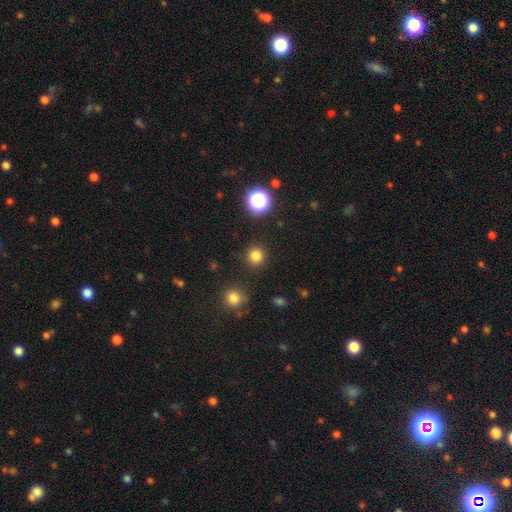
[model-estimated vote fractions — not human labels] A smooth galaxy with no disk features (81%) that is round (94%).

Vote fractions:
- Smooth or featured? smooth: 81% / star or artifact: 15% / featured or disk: 4%
- How rounded? round: 94% / in between: 5% / cigar-shaped: 1%
- Merging? none: 90% / minor disturbance: 5% / major disturbance: 2% / merger: 2%